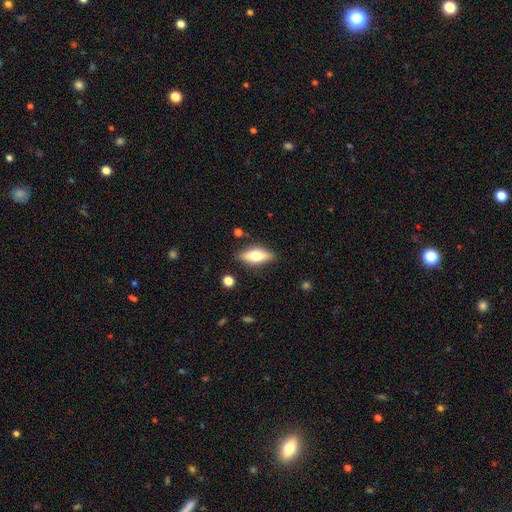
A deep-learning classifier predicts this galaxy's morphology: smooth 57%, featured or disk 36%, star or artifact 7%. Down the decision tree: how rounded — in between (68%); merging — none (84%).